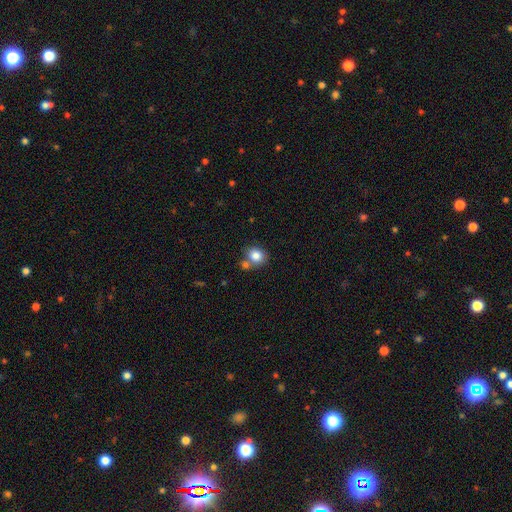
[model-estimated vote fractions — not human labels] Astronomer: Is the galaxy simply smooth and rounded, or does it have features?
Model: smooth — 83%.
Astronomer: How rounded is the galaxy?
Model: round — 70%.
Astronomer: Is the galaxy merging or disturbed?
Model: none — 60%.